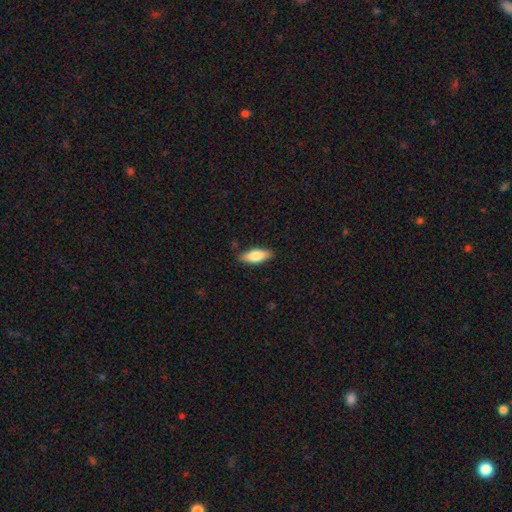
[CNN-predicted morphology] Smooth or featured? Predicted: smooth (p=0.78). How rounded? Predicted: in between (p=0.71). Merging? Predicted: none (p=0.88).